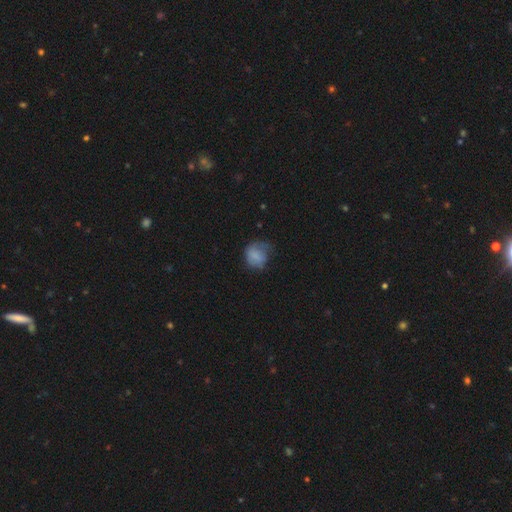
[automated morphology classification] Smooth or featured: smooth — 68% (featured or disk — 22%)
How rounded: round — 65% (in between — 34%)
Merging: none — 39% (minor disturbance — 32%)